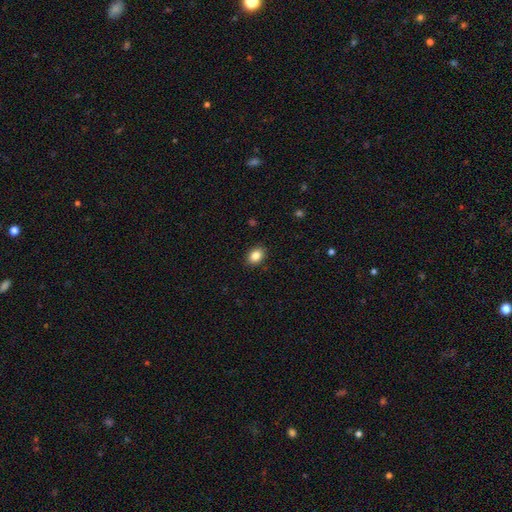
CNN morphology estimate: smooth 86%, star or artifact 9%, featured or disk 5%. Down the decision tree: how rounded — in between (66%); merging — none (89%).